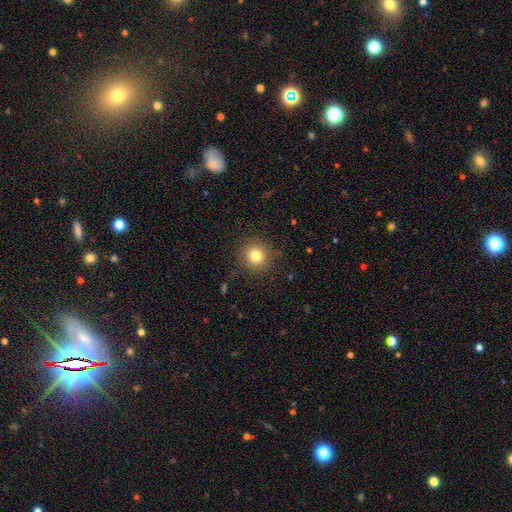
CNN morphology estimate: type=smooth (79%); roundness=round (93%); merging=none (88%).